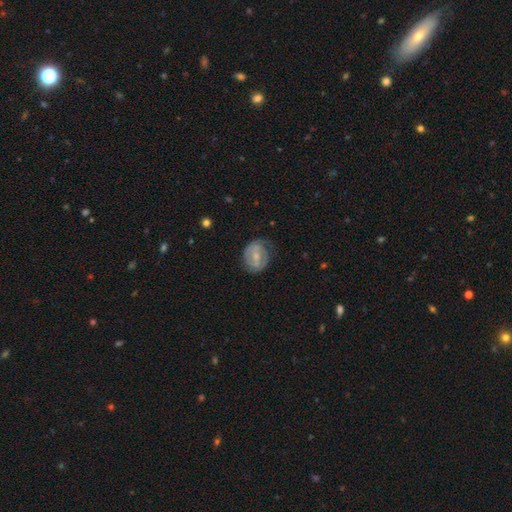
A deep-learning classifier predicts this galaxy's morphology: Q: Smooth or featured?
A: featured or disk (61%); runner-up: smooth (32%)
Q: Edge-on disk?
A: no (97%); runner-up: yes (3%)
Q: Bar?
A: weak (47%); runner-up: no (35%)
Q: Spiral arms?
A: yes (72%); runner-up: no (28%)
Q: Bulge size?
A: small (55%); runner-up: moderate (39%)
Q: Merging?
A: none (60%); runner-up: minor disturbance (25%)